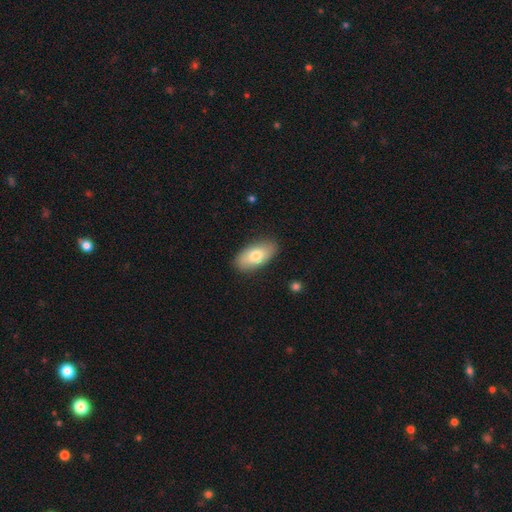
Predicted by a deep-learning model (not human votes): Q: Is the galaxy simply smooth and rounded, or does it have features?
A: smooth — 75%.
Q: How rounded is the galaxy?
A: in between — 92%.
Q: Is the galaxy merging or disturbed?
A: none — 87%.